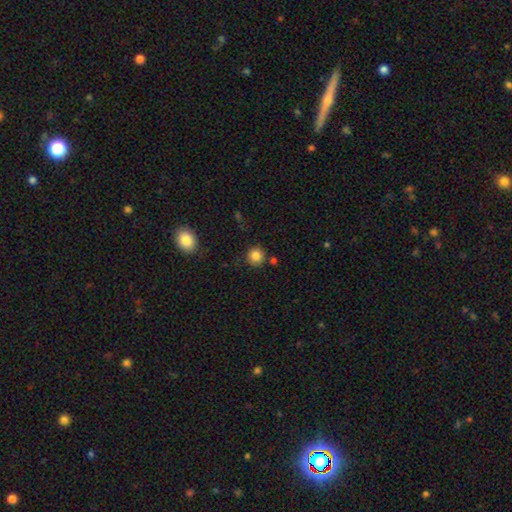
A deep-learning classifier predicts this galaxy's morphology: smooth-or-featured: smooth: 85% | star or artifact: 10% | featured or disk: 5%
  how-rounded: round: 92% | in between: 7% | cigar-shaped: 1%
  merging: none: 85% | minor disturbance: 8% | merger: 5% | major disturbance: 3%